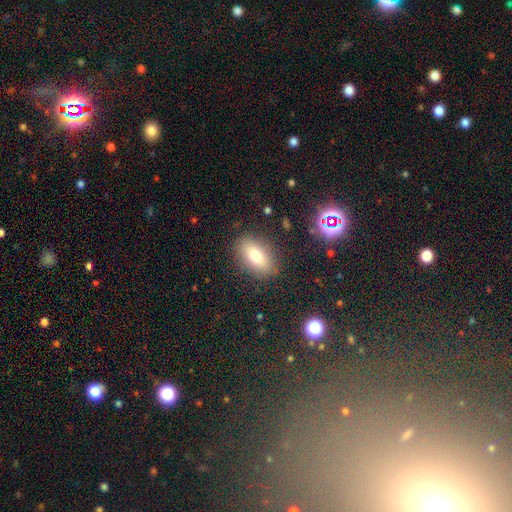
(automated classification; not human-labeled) Smooth or featured? Predicted: smooth (p=0.76). How rounded? Predicted: in between (p=0.86). Merging? Predicted: none (p=0.86).